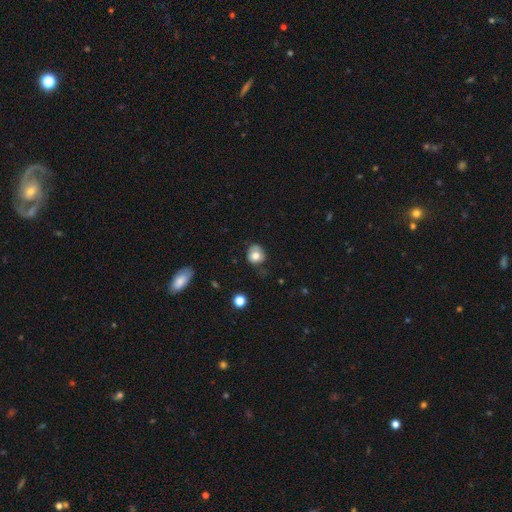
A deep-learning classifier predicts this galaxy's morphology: Smooth or featured: smooth — 74% (featured or disk — 16%)
How rounded: round — 75% (in between — 24%)
Merging: none — 58% (minor disturbance — 29%)